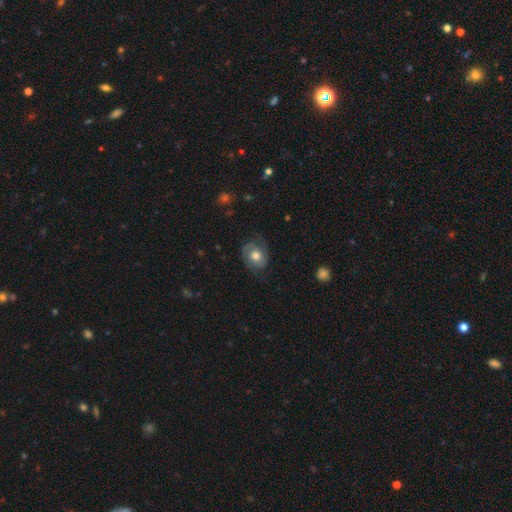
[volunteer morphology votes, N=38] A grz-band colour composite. It shows a featured or disk galaxy (71%) with no bar (73%), 2 (88%) medium (40%) spiral arms (96%) and a moderate central bulge (81%). Merging: none (60%).